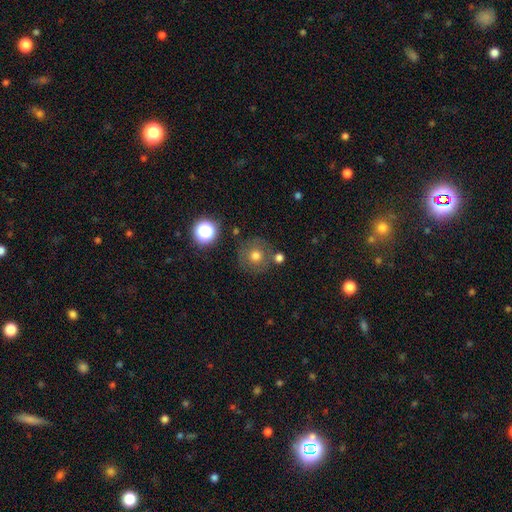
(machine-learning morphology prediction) This is likely a smooth galaxy (68%). How rounded: clearly round (93%). Merging: likely none (76%).